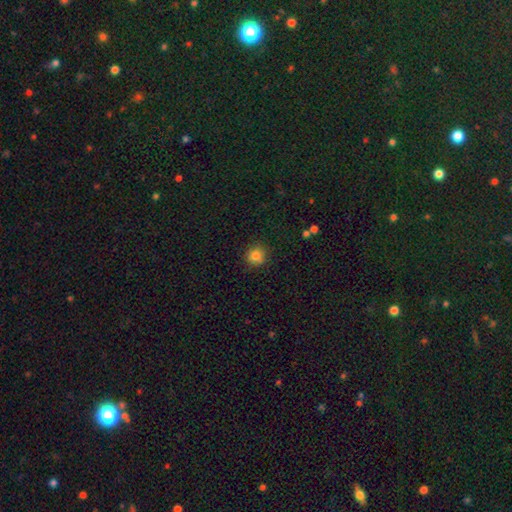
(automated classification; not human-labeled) Overall: smooth (82%). How rounded: round (91%). Merging: none (87%).